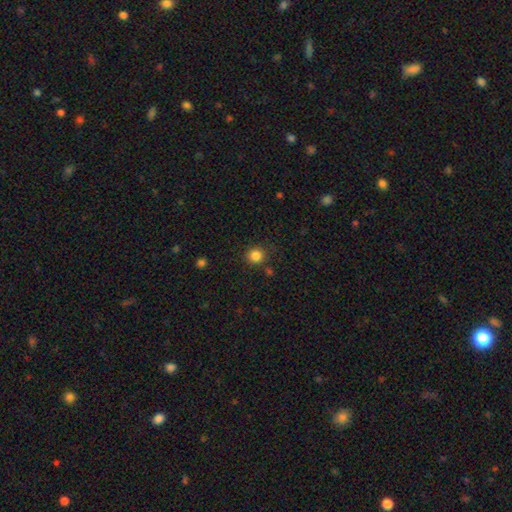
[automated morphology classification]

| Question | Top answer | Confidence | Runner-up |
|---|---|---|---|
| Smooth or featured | smooth | 84% | star or artifact (12%) |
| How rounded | round | 90% | in between (9%) |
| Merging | none | 84% | minor disturbance (9%) |